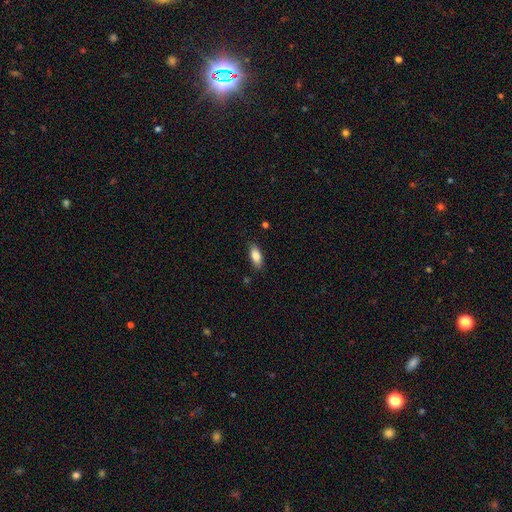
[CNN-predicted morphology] Q: Smooth or featured?
A: smooth (84%); runner-up: featured or disk (9%)
Q: How rounded?
A: in between (84%); runner-up: cigar-shaped (14%)
Q: Merging?
A: none (84%); runner-up: minor disturbance (12%)